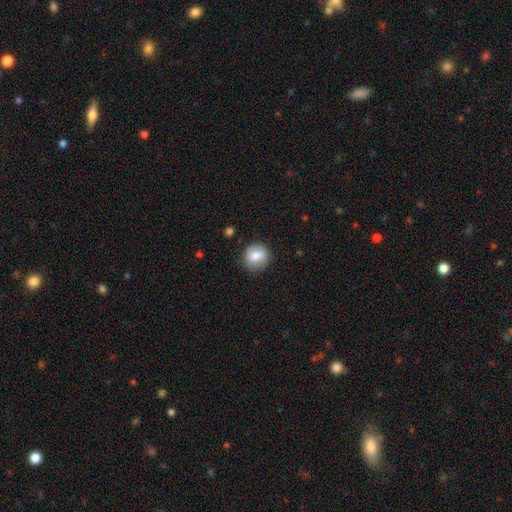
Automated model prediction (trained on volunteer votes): Morphology: type=smooth (77%); roundness=round (87%); merging=none (82%).